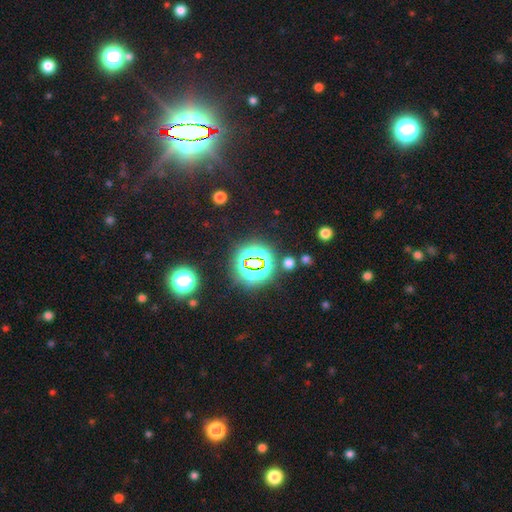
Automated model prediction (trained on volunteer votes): The model was most divided on "smooth or featured": star or artifact: 78%, smooth: 13%, featured or disk: 9%.